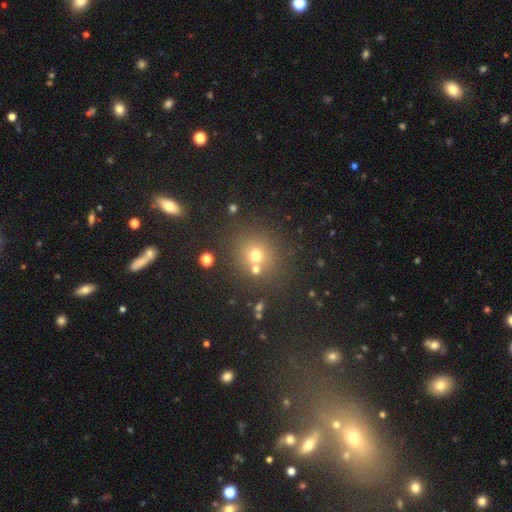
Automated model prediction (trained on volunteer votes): smooth 66%, star or artifact 22%, featured or disk 12%. Down the decision tree: how rounded — round (87%); merging — none (71%).